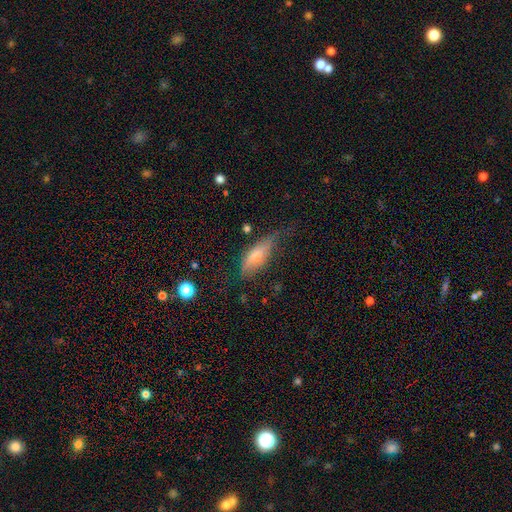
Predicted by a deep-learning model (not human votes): A smooth galaxy with no disk features (58%) that is in between round and cigar-shaped (62%).

Vote fractions:
- Smooth or featured? smooth: 58% / featured or disk: 34% / star or artifact: 8%
- How rounded? in between: 62% / cigar-shaped: 35% / round: 3%
- Merging? none: 48% / minor disturbance: 35% / major disturbance: 14% / merger: 3%